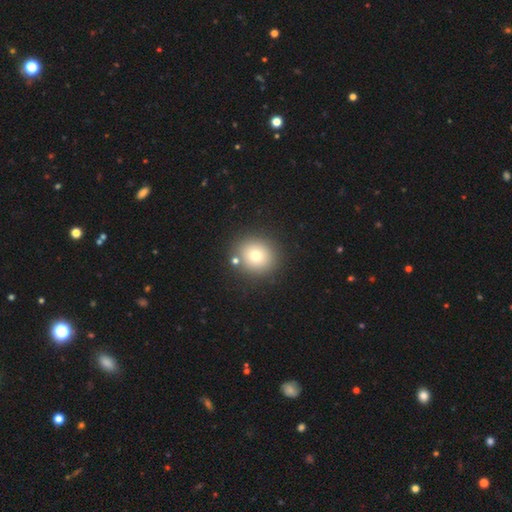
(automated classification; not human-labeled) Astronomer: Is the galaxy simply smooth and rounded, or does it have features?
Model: smooth — 73%.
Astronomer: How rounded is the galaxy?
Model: round — 87%.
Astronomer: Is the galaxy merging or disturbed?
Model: none — 84%.